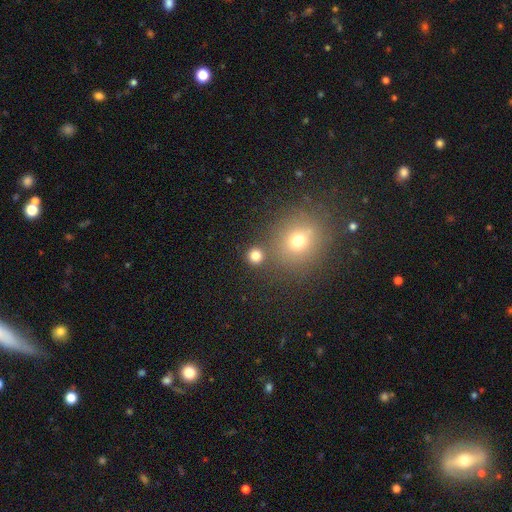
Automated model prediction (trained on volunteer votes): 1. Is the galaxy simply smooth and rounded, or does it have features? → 78% smooth, 16% star or artifact, 6% featured or disk.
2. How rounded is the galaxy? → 91% round, 8% in between, 1% cigar-shaped.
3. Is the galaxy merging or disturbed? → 80% none, 11% merger, 7% minor disturbance, 3% major disturbance.